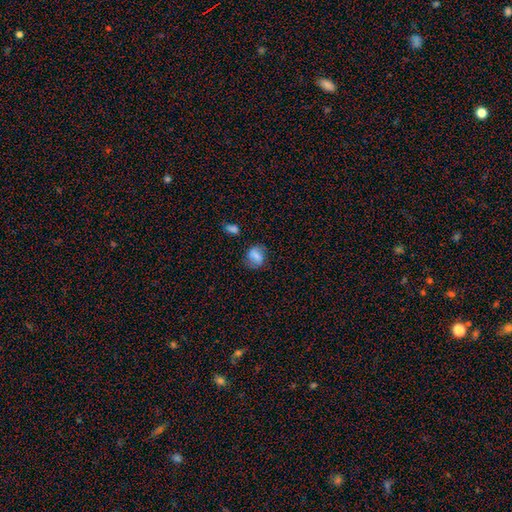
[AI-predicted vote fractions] smooth 66%, featured or disk 23%, star or artifact 11%. Down the decision tree: how rounded — round (55%); merging — none (69%).